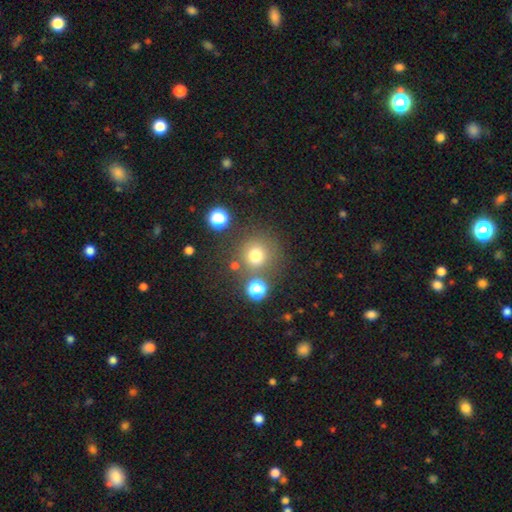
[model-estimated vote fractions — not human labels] This is likely a smooth galaxy (74%). How rounded: clearly round (94%). Merging: likely none (78%).